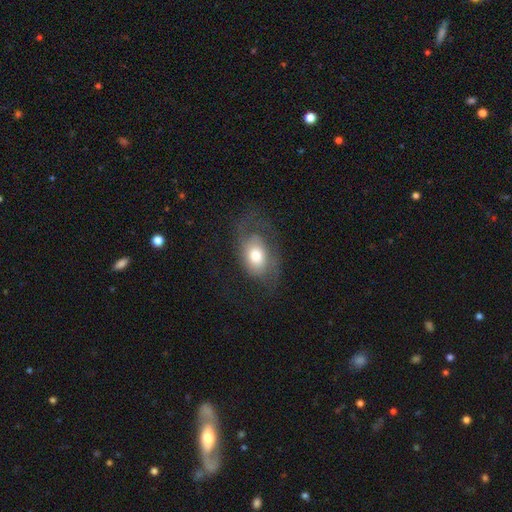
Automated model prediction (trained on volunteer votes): This is possibly a smooth galaxy (51%). How rounded: clearly in between (84%). Merging: possibly none (50%).